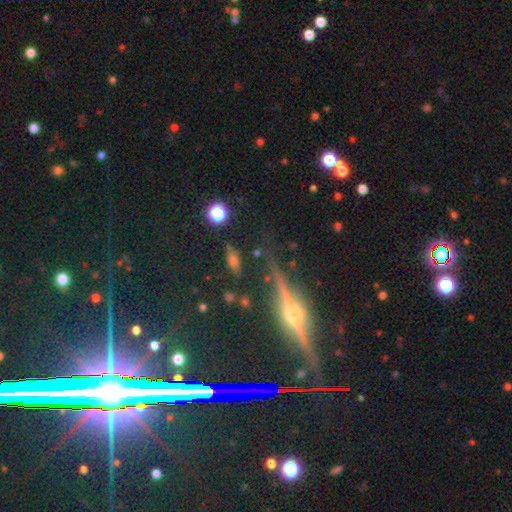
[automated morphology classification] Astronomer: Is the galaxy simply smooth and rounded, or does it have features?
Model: featured or disk — 66%.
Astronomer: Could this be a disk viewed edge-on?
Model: yes — 92%.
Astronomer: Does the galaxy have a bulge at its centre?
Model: rounded — 92%.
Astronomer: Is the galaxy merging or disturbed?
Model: none — 82%.